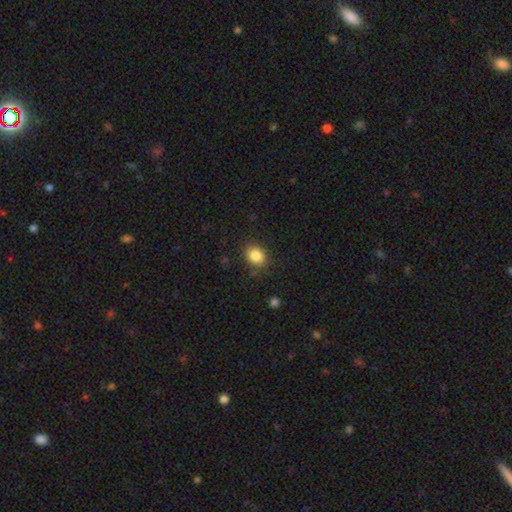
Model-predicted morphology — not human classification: smooth-or-featured: smooth: 85% | star or artifact: 10% | featured or disk: 6%
  how-rounded: in between: 55% | round: 44% | cigar-shaped: 1%
  merging: none: 81% | minor disturbance: 14% | major disturbance: 4% | merger: 2%